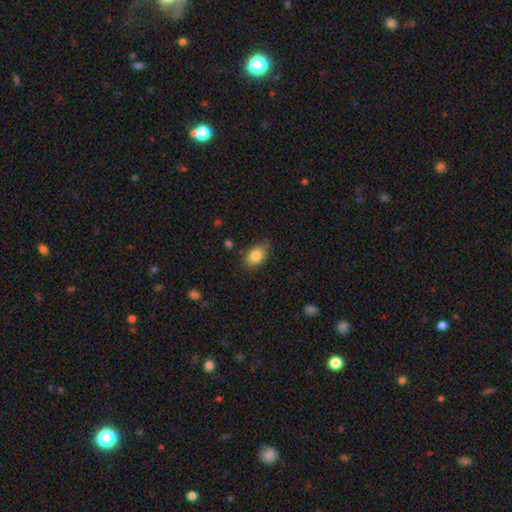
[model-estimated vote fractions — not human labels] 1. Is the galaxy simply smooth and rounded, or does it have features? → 84% smooth, 8% star or artifact, 8% featured or disk.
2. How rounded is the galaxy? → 80% in between, 18% round, 2% cigar-shaped.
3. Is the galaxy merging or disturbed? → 69% none, 24% minor disturbance, 5% major disturbance, 2% merger.